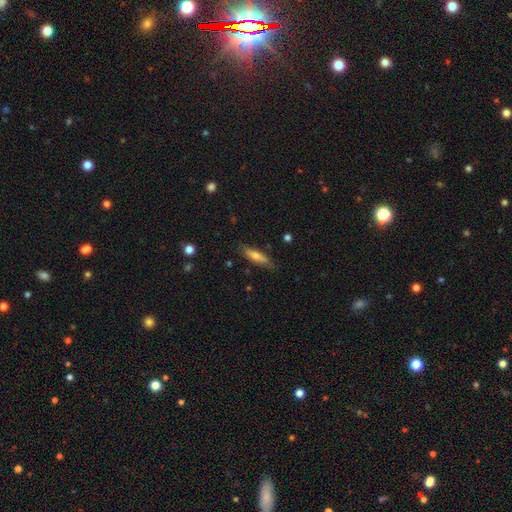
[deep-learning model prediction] smooth_or_featured: smooth (p=0.62) [alt: featured or disk p=0.32]
how_rounded: cigar-shaped (p=0.72) [alt: in between p=0.26]
merging: none (p=0.80) [alt: minor disturbance p=0.15]